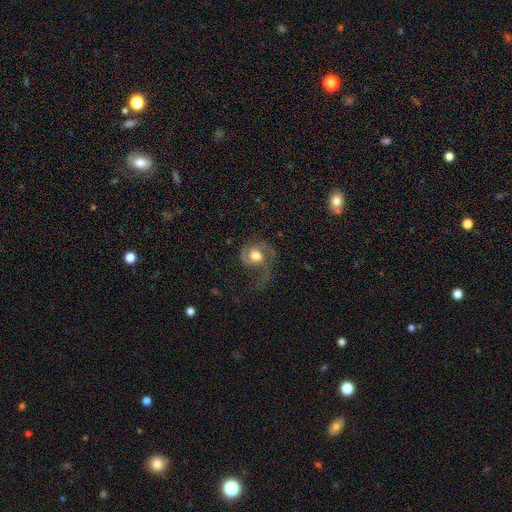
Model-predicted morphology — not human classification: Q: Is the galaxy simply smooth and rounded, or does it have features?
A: featured or disk — 64%.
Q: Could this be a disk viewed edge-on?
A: no — 97%.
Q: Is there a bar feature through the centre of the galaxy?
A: no — 73%.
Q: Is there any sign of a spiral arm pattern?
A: yes — 88%.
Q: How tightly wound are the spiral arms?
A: medium — 41%, tied with loose.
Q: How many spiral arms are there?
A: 2 — 51%.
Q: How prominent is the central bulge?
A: moderate — 48%.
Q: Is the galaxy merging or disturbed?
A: major disturbance — 42%.